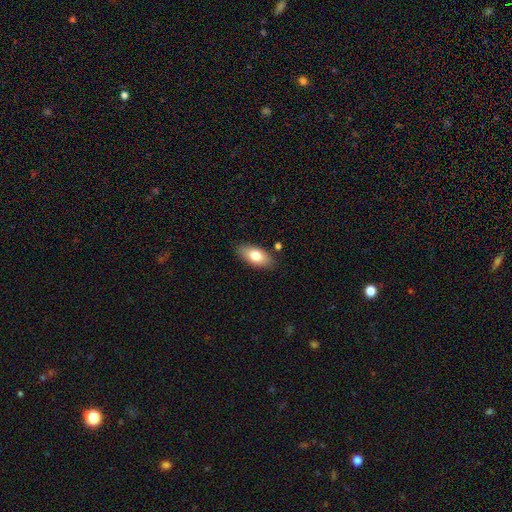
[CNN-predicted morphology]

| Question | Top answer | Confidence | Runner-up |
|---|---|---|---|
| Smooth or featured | smooth | 79% | featured or disk (14%) |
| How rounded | in between | 90% | cigar-shaped (7%) |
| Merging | none | 85% | minor disturbance (11%) |